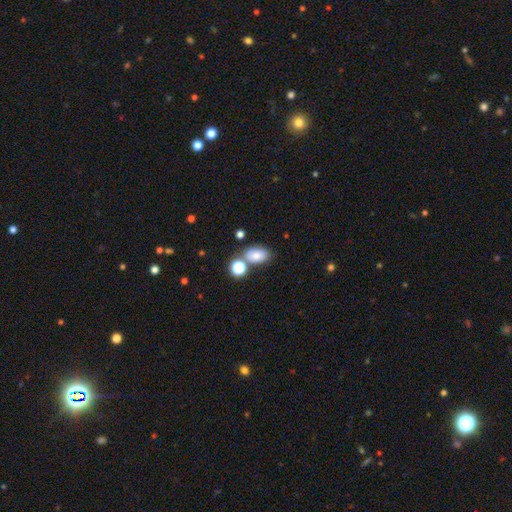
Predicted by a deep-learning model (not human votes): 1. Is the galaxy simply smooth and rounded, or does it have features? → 78% smooth, 12% star or artifact, 10% featured or disk.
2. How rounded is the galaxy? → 83% in between, 16% round, 1% cigar-shaped.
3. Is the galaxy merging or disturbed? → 64% none, 17% merger, 14% minor disturbance, 5% major disturbance.